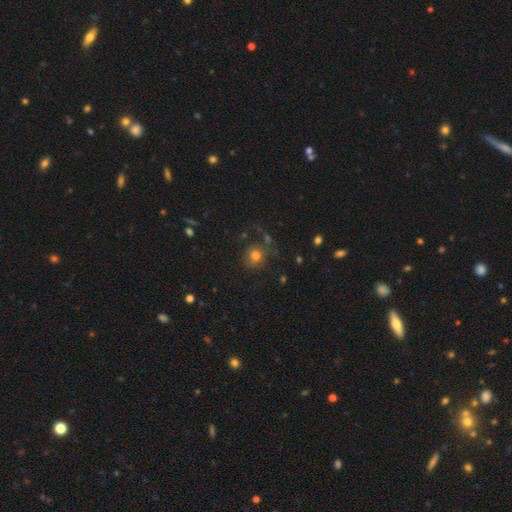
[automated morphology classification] Smooth or featured? Predicted: smooth (p=0.72). How rounded? Predicted: round (p=0.84). Merging? Predicted: none (p=0.66).